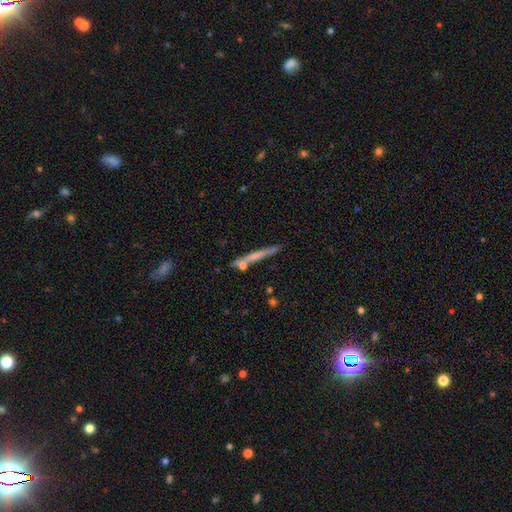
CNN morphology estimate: smooth 52%, featured or disk 40%, star or artifact 8%. Down the decision tree: how rounded — cigar-shaped (95%); merging — none (75%).